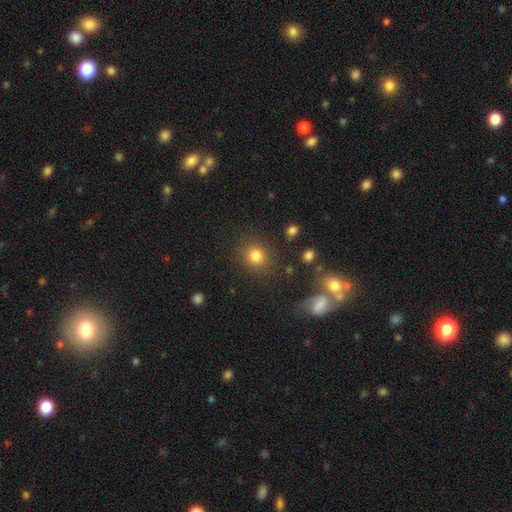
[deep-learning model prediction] smooth_or_featured: smooth (p=0.82) [alt: star or artifact p=0.12]
how_rounded: round (p=0.83) [alt: in between p=0.16]
merging: none (p=0.84) [alt: minor disturbance p=0.09]